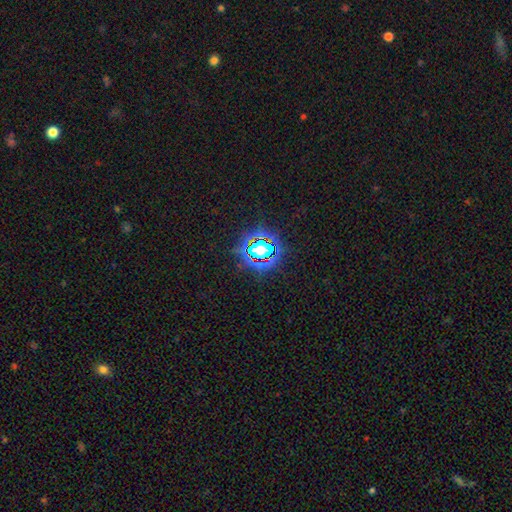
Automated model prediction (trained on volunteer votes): This is likely a star or artifact rather than a galaxy (71%).